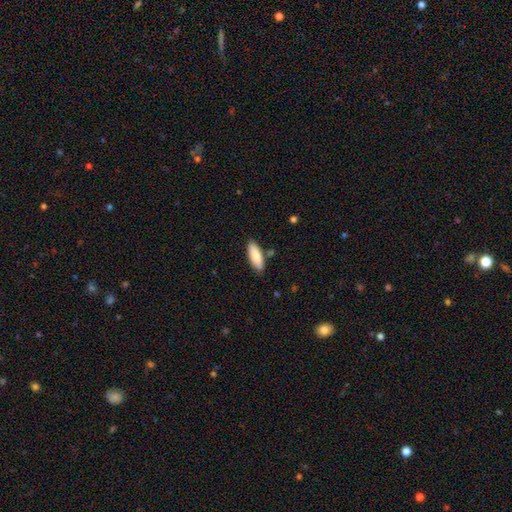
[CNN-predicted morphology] smooth 85%, featured or disk 10%, star or artifact 6%. Down the decision tree: how rounded — in between (67%); merging — none (82%).